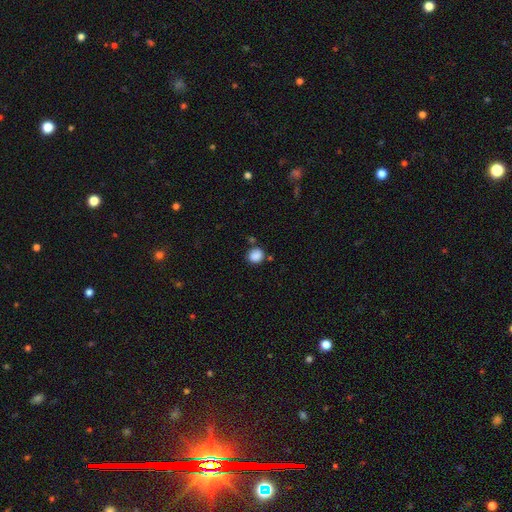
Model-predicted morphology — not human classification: smooth-or-featured: smooth: 87% | star or artifact: 10% | featured or disk: 3%
  how-rounded: round: 78% | in between: 21% | cigar-shaped: 1%
  merging: none: 77% | minor disturbance: 12% | merger: 7% | major disturbance: 4%